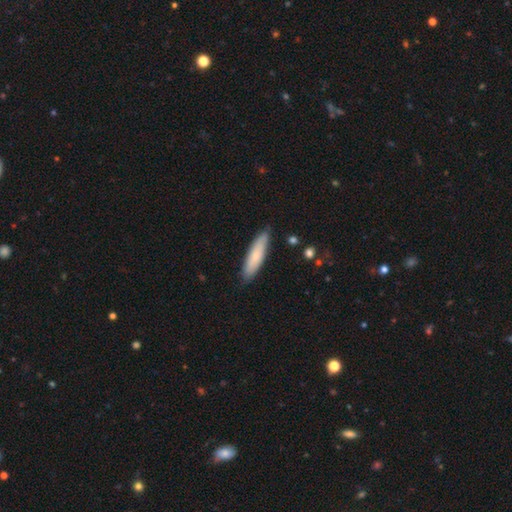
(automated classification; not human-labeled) Overall: smooth (76%). How rounded: cigar-shaped (73%). Merging: none (84%).